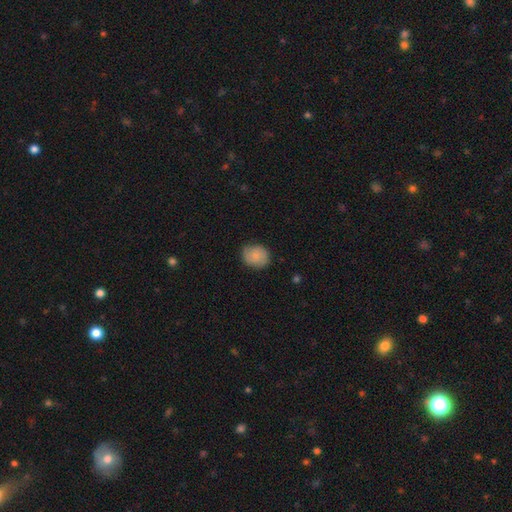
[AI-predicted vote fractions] Morphology: type=smooth (82%); roundness=round (69%); merging=none (77%).